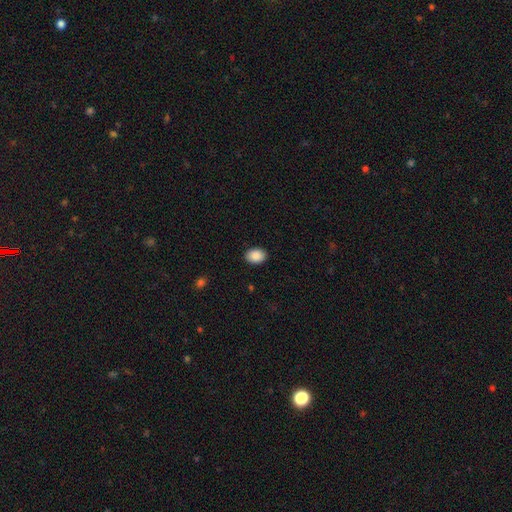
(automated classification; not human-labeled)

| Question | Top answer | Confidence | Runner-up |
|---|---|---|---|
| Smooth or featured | smooth | 90% | star or artifact (7%) |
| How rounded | in between | 77% | round (22%) |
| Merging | none | 89% | minor disturbance (8%) |